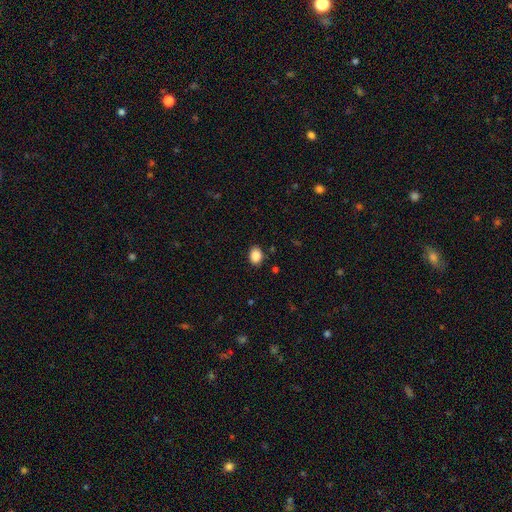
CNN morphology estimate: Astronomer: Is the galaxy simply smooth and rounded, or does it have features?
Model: smooth — 89%.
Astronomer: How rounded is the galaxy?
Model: in between — 71%.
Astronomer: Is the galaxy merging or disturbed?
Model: none — 88%.